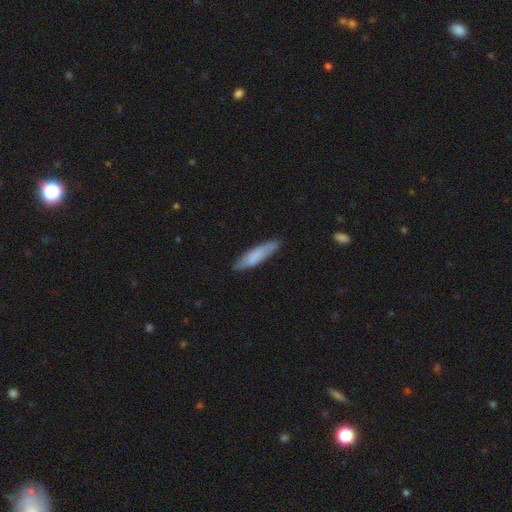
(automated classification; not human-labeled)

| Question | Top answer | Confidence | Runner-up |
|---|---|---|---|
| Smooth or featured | smooth | 77% | featured or disk (18%) |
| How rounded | cigar-shaped | 75% | in between (23%) |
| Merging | none | 82% | minor disturbance (15%) |